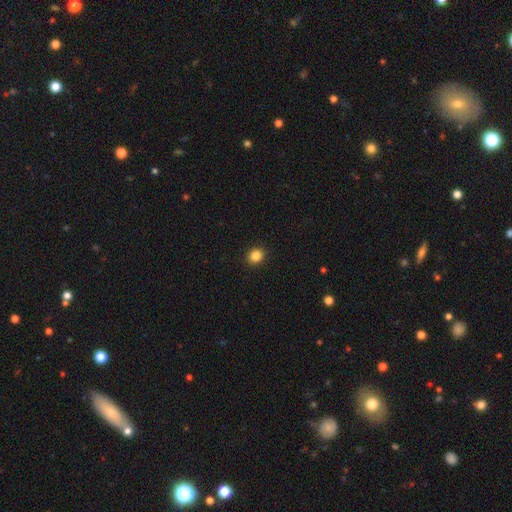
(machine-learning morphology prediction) Smooth or featured? Predicted: smooth (p=0.85). How rounded? Predicted: round (p=0.76). Merging? Predicted: none (p=0.92).